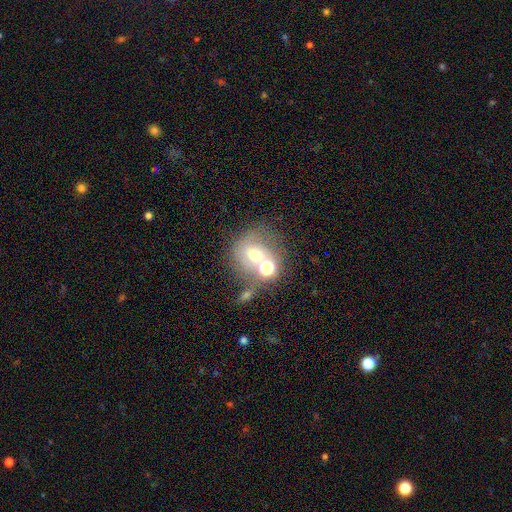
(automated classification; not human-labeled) Overall: smooth (50%; featured or disk 32%). How rounded: round (73%). Merging: merger (41%; none 35%).